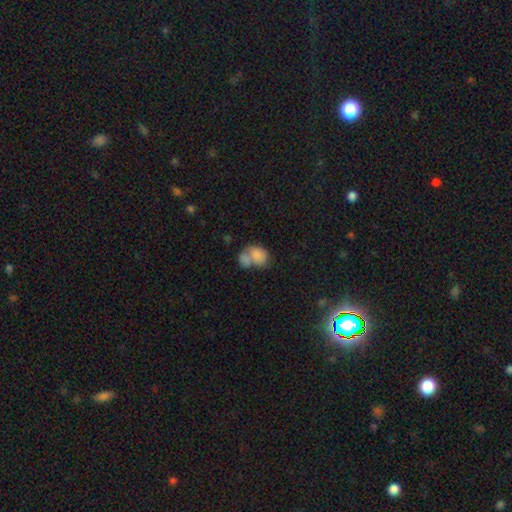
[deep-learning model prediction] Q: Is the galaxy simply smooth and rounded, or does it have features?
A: smooth — 79%.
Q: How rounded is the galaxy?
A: in between — 62%.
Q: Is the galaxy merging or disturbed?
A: merger — 59%.